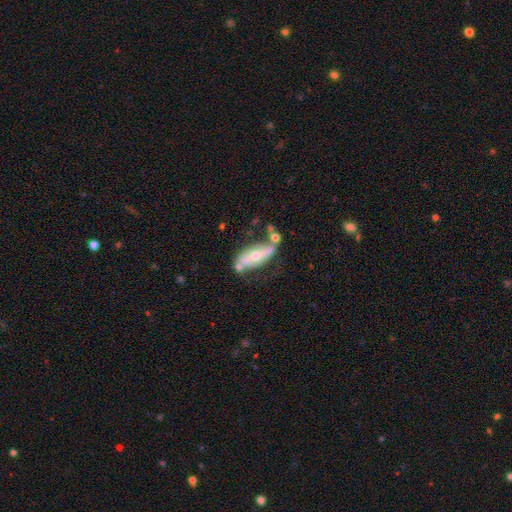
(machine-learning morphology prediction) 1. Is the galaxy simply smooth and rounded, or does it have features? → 57% featured or disk, 36% smooth, 7% star or artifact.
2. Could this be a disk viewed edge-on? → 72% no, 28% yes.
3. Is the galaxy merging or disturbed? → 45% none, 24% minor disturbance, 19% merger, 12% major disturbance.